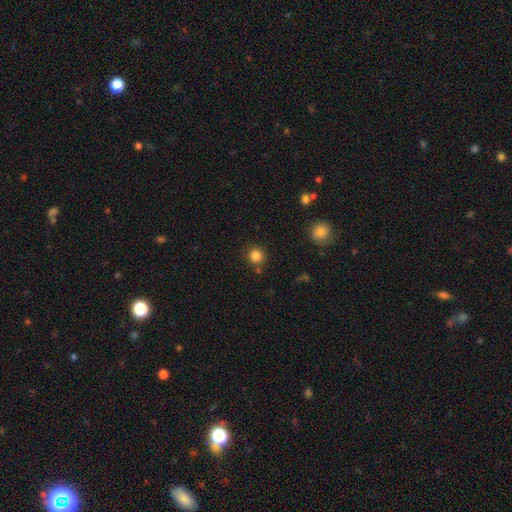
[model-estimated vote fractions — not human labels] Morphology: type=smooth (84%); roundness=round (92%); merging=none (81%).